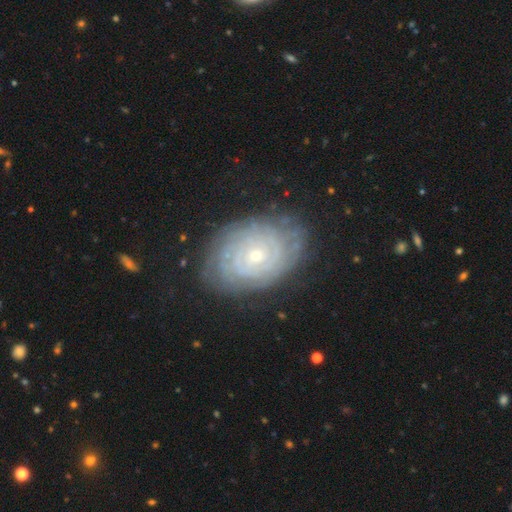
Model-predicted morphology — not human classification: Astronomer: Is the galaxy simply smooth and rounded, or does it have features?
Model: featured or disk — 83%.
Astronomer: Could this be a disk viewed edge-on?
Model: no — 96%.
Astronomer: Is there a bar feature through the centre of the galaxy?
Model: no — 78%.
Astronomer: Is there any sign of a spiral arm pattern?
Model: yes — 95%.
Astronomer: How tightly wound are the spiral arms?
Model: tight — 87%.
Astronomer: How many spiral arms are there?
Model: can't tell — 40%.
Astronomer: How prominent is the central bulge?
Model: small — 71%.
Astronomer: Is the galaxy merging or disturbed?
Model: none — 79%.